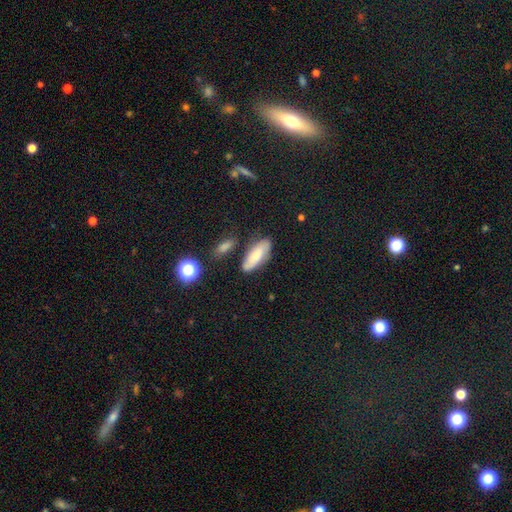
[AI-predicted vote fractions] Smooth or featured: smooth — 68% (featured or disk — 24%)
How rounded: in between — 75% (cigar-shaped — 22%)
Merging: none — 72% (minor disturbance — 17%)